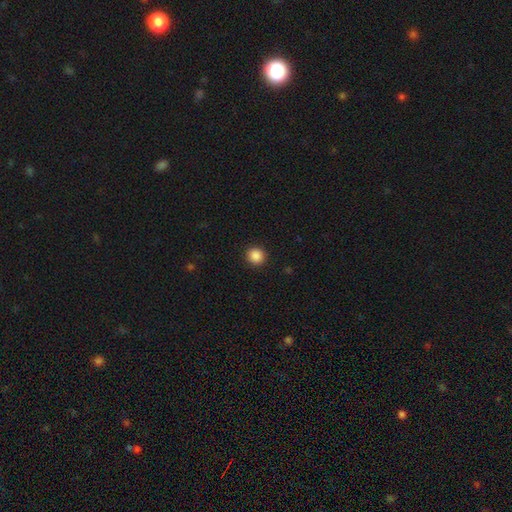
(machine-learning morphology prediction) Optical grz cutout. It shows a smooth galaxy with no disk features (88%) that is round (92%). Merging: none (93%).